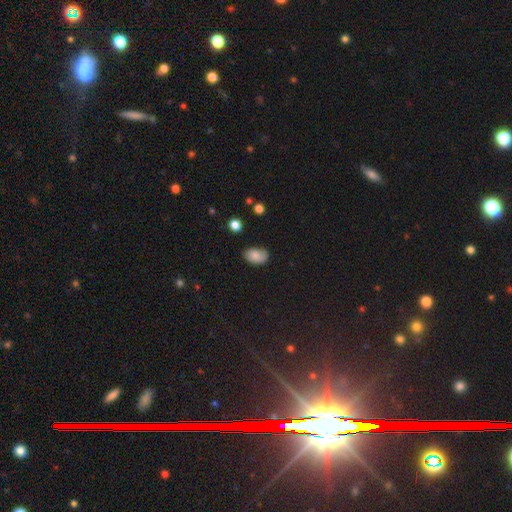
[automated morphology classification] This appears to be a smooth galaxy with no disk features (73%) that is in between round and cigar-shaped (85%). Merging: none (62%).